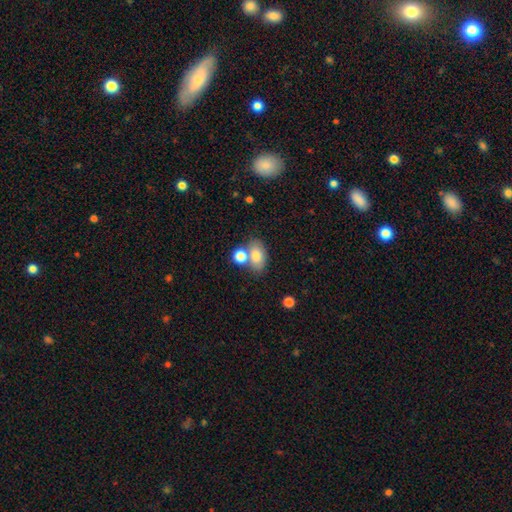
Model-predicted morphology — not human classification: Smooth or featured: smooth — 78% (featured or disk — 13%)
How rounded: in between — 83% (round — 15%)
Merging: none — 52% (merger — 31%)